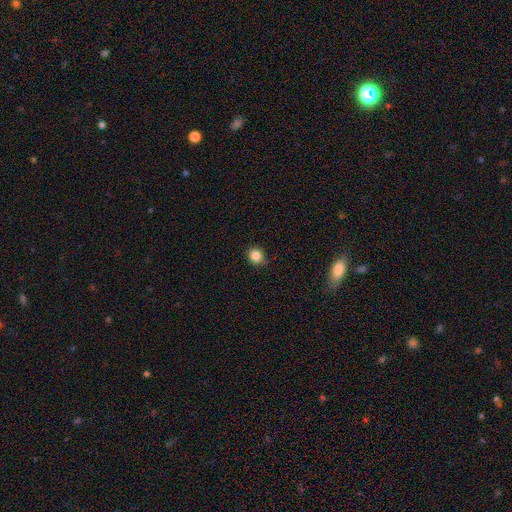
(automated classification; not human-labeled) This is clearly a smooth galaxy (85%). How rounded: clearly round (86%). Merging: clearly none (83%).